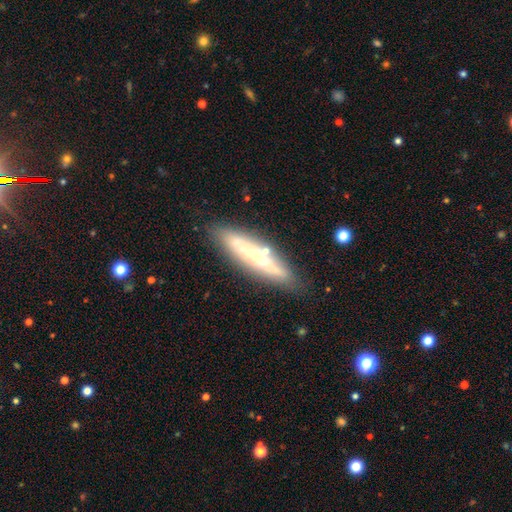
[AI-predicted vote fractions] The model was most divided on "smooth or featured": featured or disk: 55%, smooth: 37%, star or artifact: 8%. More confident: merging — none (78%); edge-on disk — yes (74%).